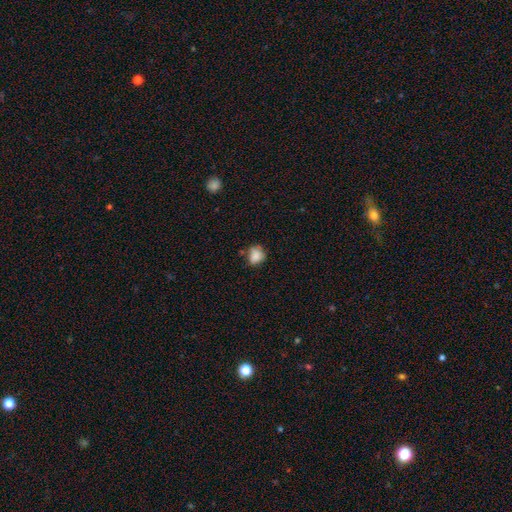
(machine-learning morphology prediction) smooth 82%, star or artifact 10%, featured or disk 8%. Down the decision tree: how rounded — round (58%); merging — none (55%).